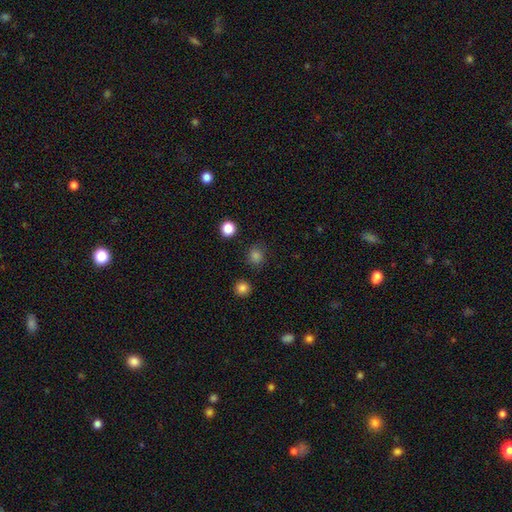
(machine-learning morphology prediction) Q: Smooth or featured?
A: smooth (81%); runner-up: star or artifact (15%)
Q: How rounded?
A: round (83%); runner-up: in between (16%)
Q: Merging?
A: none (83%); runner-up: minor disturbance (11%)